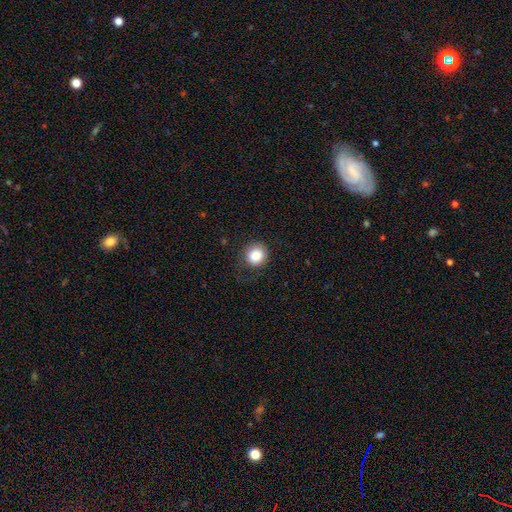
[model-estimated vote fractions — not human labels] Smooth or featured?
  - smooth: 86% *
  - star or artifact: 9%
  - featured or disk: 5%
How rounded?
  - round: 85% *
  - in between: 14%
  - cigar-shaped: 1%
Merging?
  - none: 74% *
  - minor disturbance: 17%
  - major disturbance: 8%
  - merger: 1%